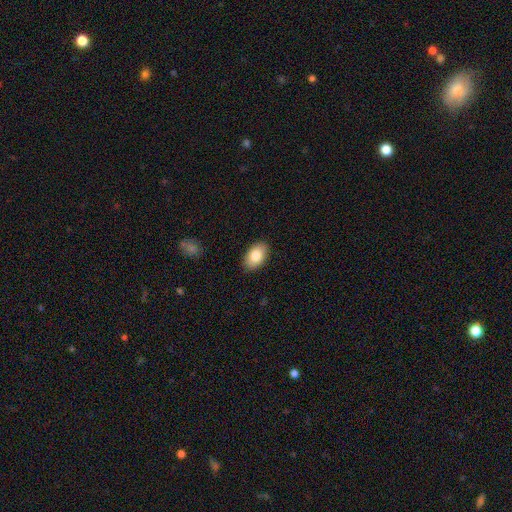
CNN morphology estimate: smooth_or_featured: smooth (p=0.84) [alt: featured or disk p=0.10]
how_rounded: in between (p=0.93) [alt: round p=0.06]
merging: none (p=0.88) [alt: minor disturbance p=0.09]